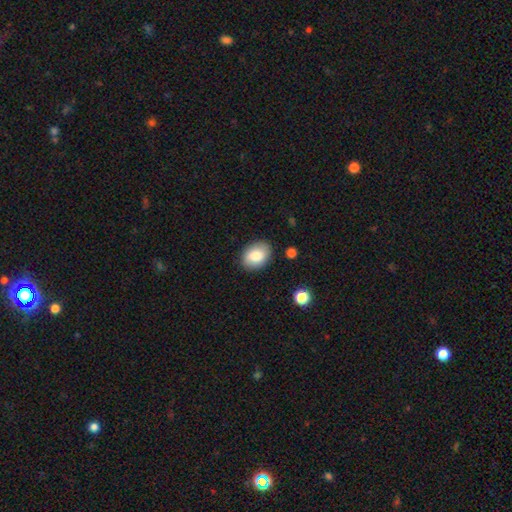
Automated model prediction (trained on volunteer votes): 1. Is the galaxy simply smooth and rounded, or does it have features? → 82% smooth, 10% featured or disk, 7% star or artifact.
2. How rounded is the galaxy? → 76% in between, 23% round, 1% cigar-shaped.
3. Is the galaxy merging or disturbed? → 85% none, 11% minor disturbance, 2% major disturbance, 2% merger.